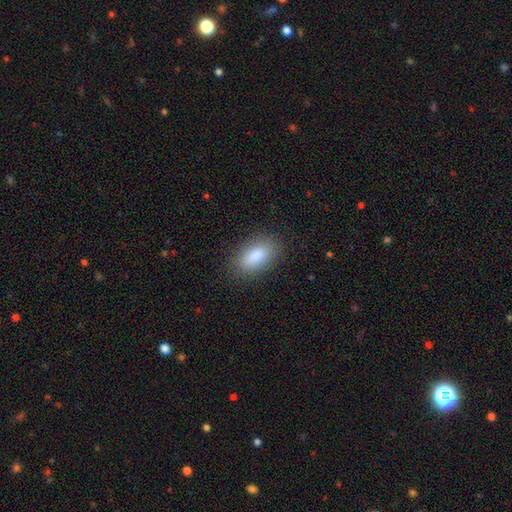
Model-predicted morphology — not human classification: The model was most divided on "merging": none: 85%, minor disturbance: 10%, major disturbance: 3%, merger: 1%. More confident: how rounded — in between (91%); smooth or featured — smooth (86%).